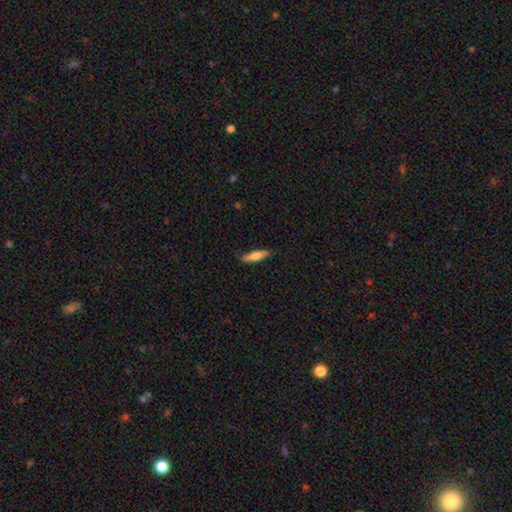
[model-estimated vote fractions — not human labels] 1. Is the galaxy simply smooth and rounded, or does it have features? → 67% smooth, 27% featured or disk, 6% star or artifact.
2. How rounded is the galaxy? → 73% cigar-shaped, 26% in between, 2% round.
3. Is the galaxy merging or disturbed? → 81% none, 15% minor disturbance, 3% major disturbance, 1% merger.